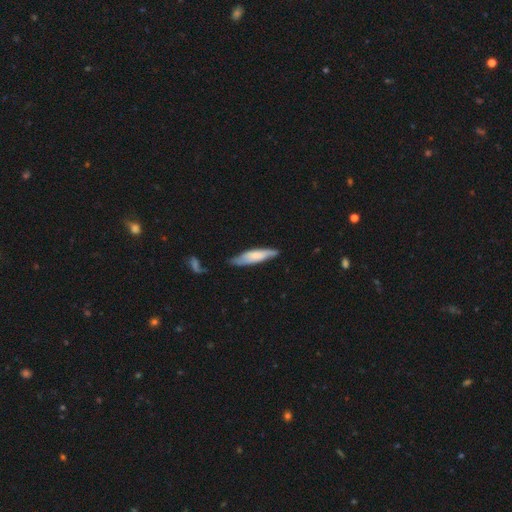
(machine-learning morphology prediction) The model was most divided on "smooth or featured": smooth: 61%, featured or disk: 34%, star or artifact: 5%. More confident: how rounded — cigar-shaped (74%); merging — none (71%).